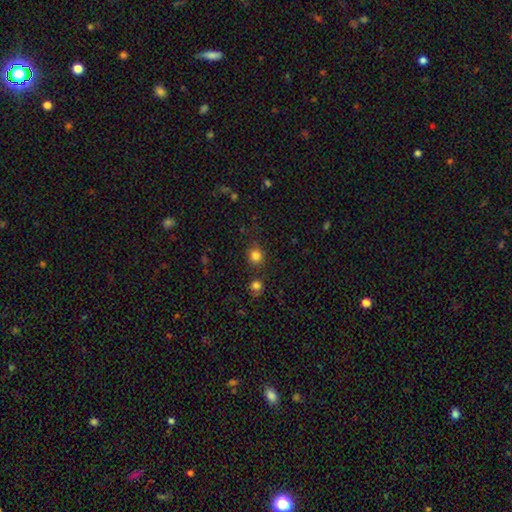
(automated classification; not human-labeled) This appears to be a smooth galaxy with no disk features (82%) that is round (86%). Merging: none (82%).